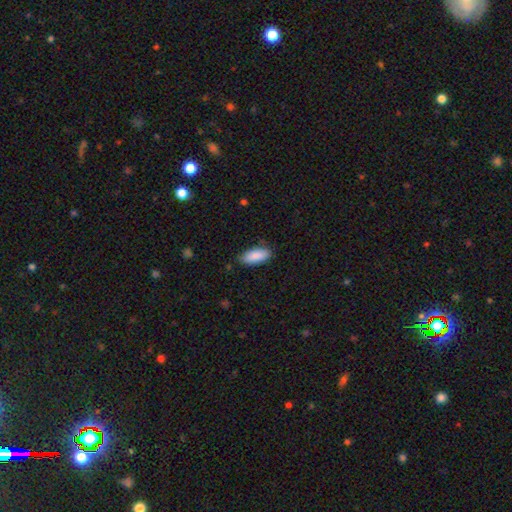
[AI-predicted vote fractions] smooth-or-featured: smooth: 89% | star or artifact: 6% | featured or disk: 5%
  how-rounded: in between: 87% | cigar-shaped: 12% | round: 2%
  merging: none: 82% | minor disturbance: 14% | major disturbance: 3% | merger: 1%